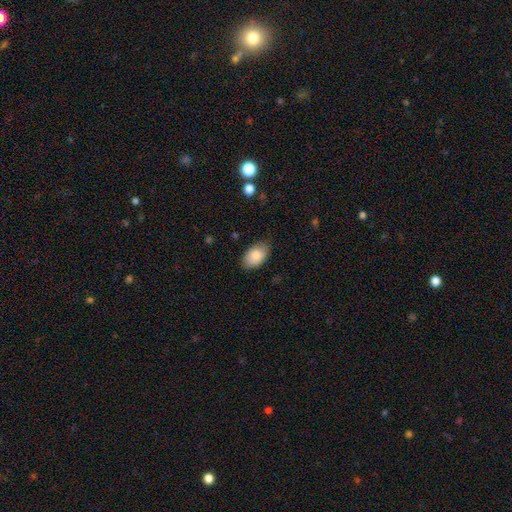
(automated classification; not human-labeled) Smooth or featured?
  - smooth: 84% *
  - featured or disk: 9%
  - star or artifact: 7%
How rounded?
  - in between: 92% *
  - round: 7%
  - cigar-shaped: 1%
Merging?
  - none: 80% *
  - minor disturbance: 16%
  - major disturbance: 3%
  - merger: 1%